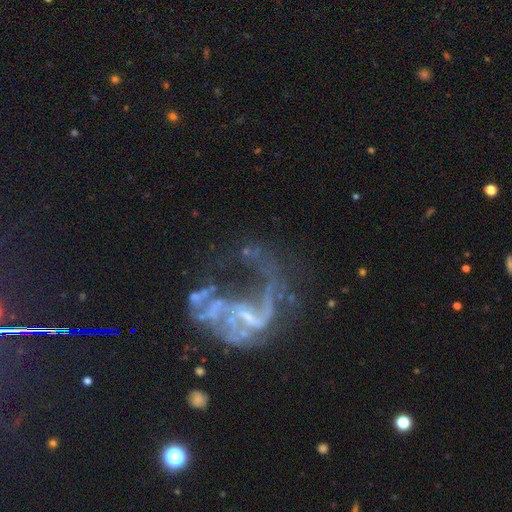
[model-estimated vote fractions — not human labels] A featured or disk galaxy (78%) with no bar (44%), 2 (36%) loose (71%) spiral arms (67%) and a small central bulge (45%). Merging: major disturbance (52%).